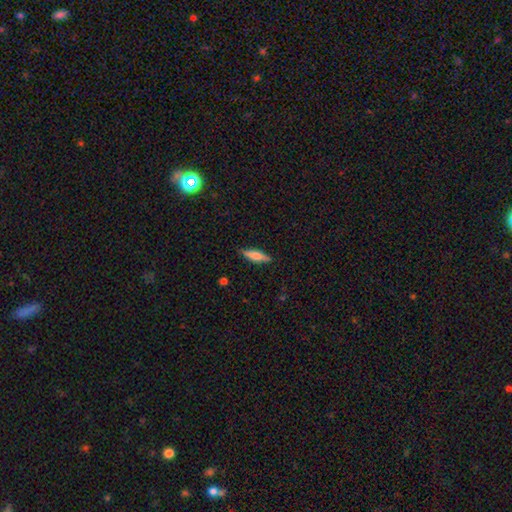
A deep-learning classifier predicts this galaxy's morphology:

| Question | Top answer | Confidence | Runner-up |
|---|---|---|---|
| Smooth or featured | smooth | 60% | featured or disk (33%) |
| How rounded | cigar-shaped | 71% | in between (27%) |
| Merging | none | 86% | minor disturbance (11%) |